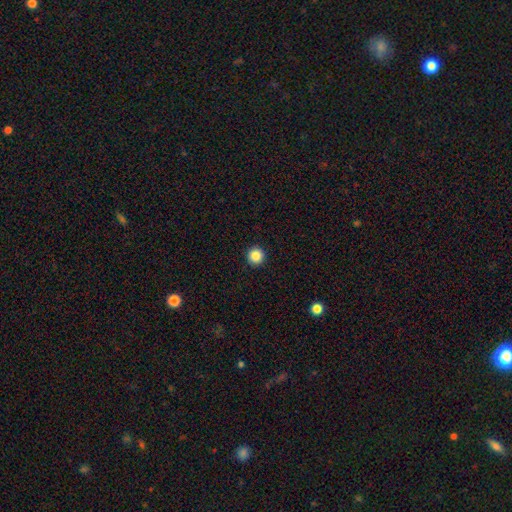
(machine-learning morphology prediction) A smooth galaxy with no disk features (86%) that is round (96%). Merging: none (93%).